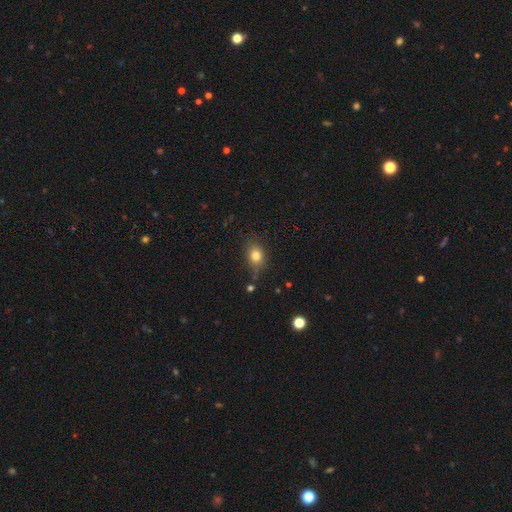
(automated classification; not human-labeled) Morphology: type=smooth (80%); roundness=in between (58%); merging=none (76%).